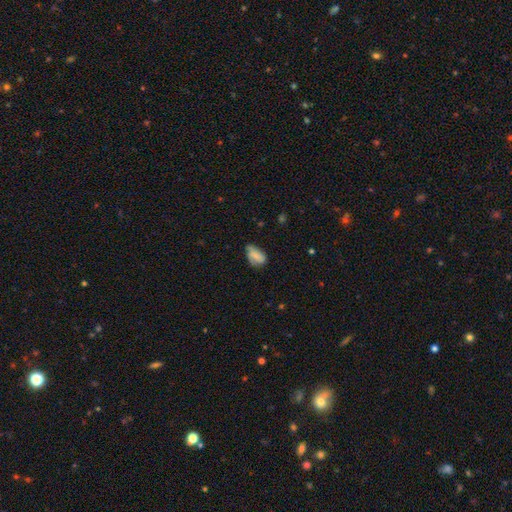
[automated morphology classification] Smooth or featured?
  - smooth: 63% *
  - featured or disk: 28%
  - star or artifact: 9%
How rounded?
  - in between: 89% *
  - round: 9%
  - cigar-shaped: 3%
Merging?
  - none: 49% *
  - minor disturbance: 37%
  - major disturbance: 12%
  - merger: 2%